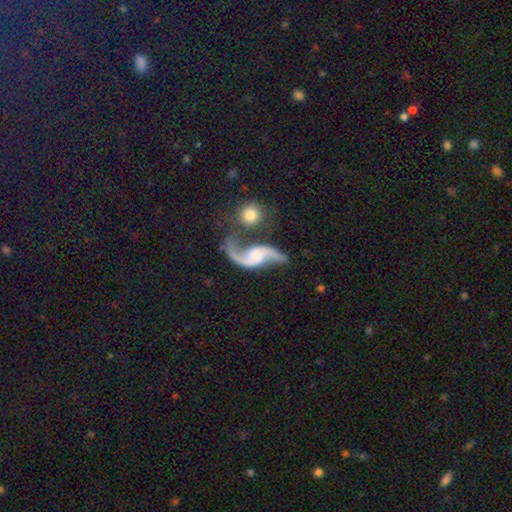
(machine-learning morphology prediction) A featured or disk galaxy (90%) with no bar (46%), 2 (93%) loose (85%) spiral arms (97%) and no central bulge (32%). Merging: none (56%).